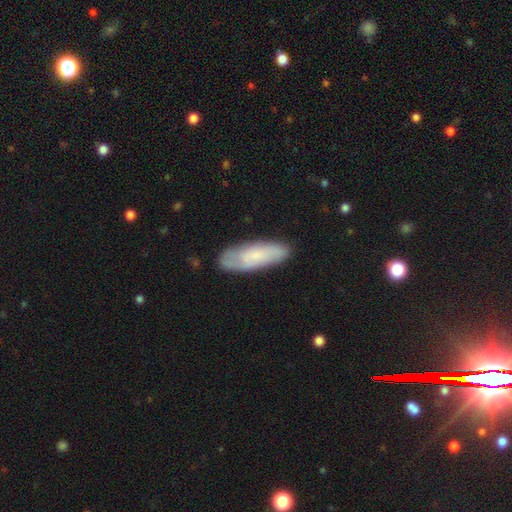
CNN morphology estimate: A smooth galaxy with no disk features (58%) that is in between round and cigar-shaped (56%). Merging: none (79%).